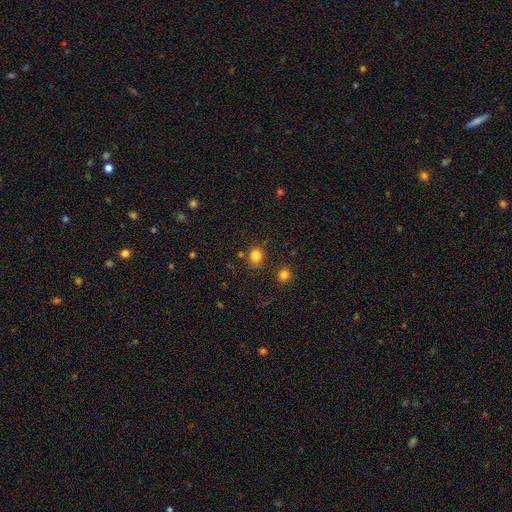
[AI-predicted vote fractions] Smooth or featured? Predicted: smooth (p=0.83). How rounded? Predicted: round (p=0.74). Merging? Predicted: none (p=0.77).